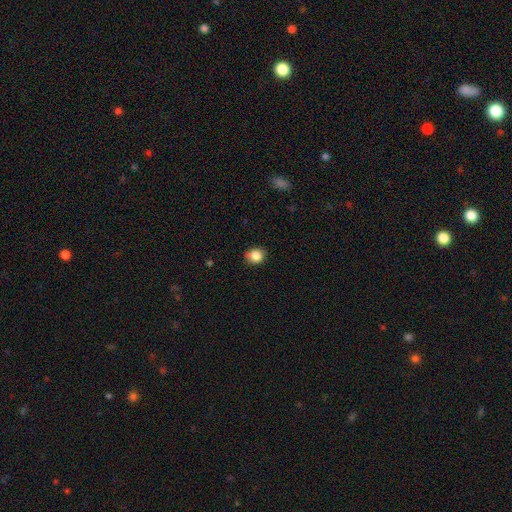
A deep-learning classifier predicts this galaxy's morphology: Q: Smooth or featured?
A: smooth (86%); runner-up: star or artifact (9%)
Q: How rounded?
A: round (75%); runner-up: in between (24%)
Q: Merging?
A: none (82%); runner-up: minor disturbance (14%)